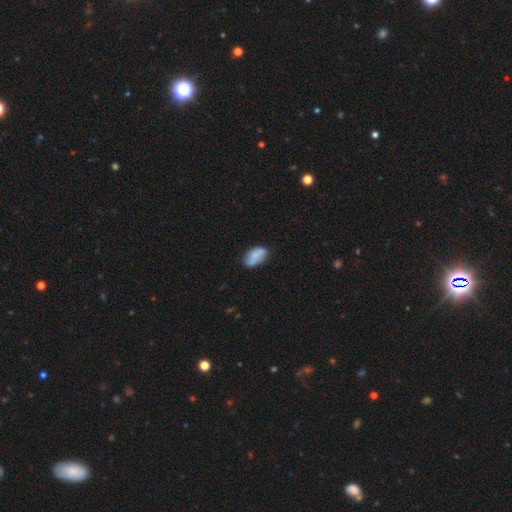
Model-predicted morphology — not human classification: Smooth or featured? smooth (73%)
How rounded? in between (92%)
Merging? none (61%)